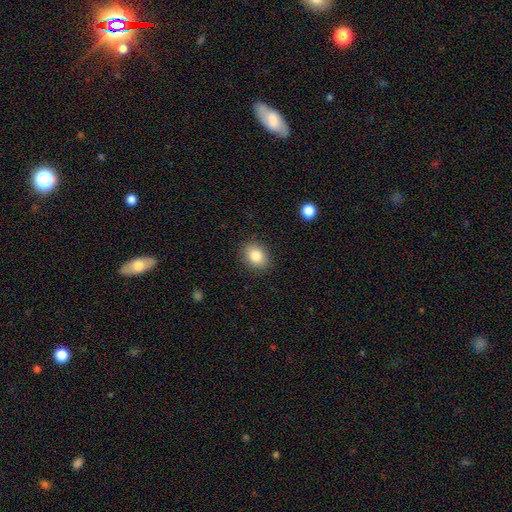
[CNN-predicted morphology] A smooth galaxy with no disk features (84%) that is in between round and cigar-shaped (62%).

Vote fractions:
- Smooth or featured? smooth: 84% / star or artifact: 9% / featured or disk: 7%
- How rounded? in between: 62% / round: 37% / cigar-shaped: 1%
- Merging? none: 88% / minor disturbance: 9% / major disturbance: 3% / merger: 1%